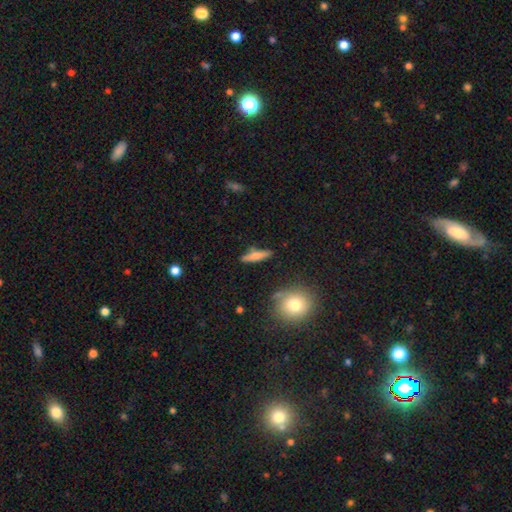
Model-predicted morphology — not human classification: A smooth galaxy with no disk features (61%) that is cigar-shaped (77%). Merging: none (81%).